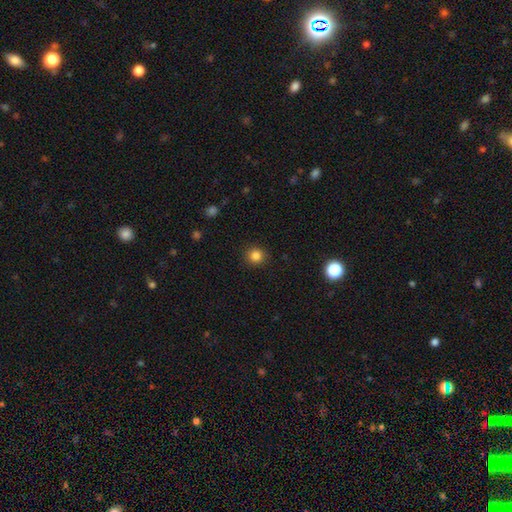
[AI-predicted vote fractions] This appears to be a smooth galaxy with no disk features (84%) that is round (92%). Merging: none (91%).